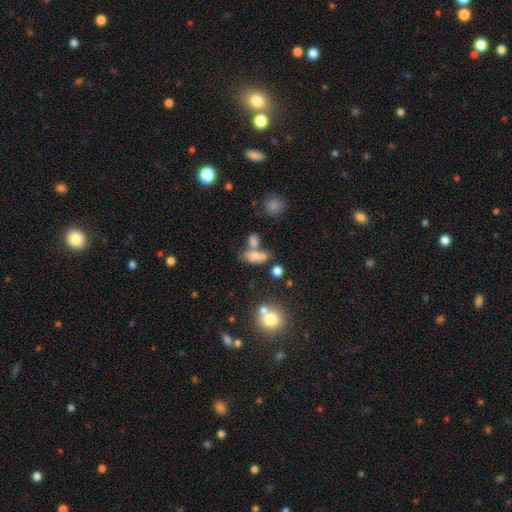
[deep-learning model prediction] A smooth galaxy with no disk features (68%) that is in between round and cigar-shaped (79%).

Vote fractions:
- Smooth or featured? smooth: 68% / featured or disk: 19% / star or artifact: 13%
- How rounded? in between: 79% / round: 12% / cigar-shaped: 9%
- Merging? merger: 42% / none: 35% / minor disturbance: 14% / major disturbance: 9%